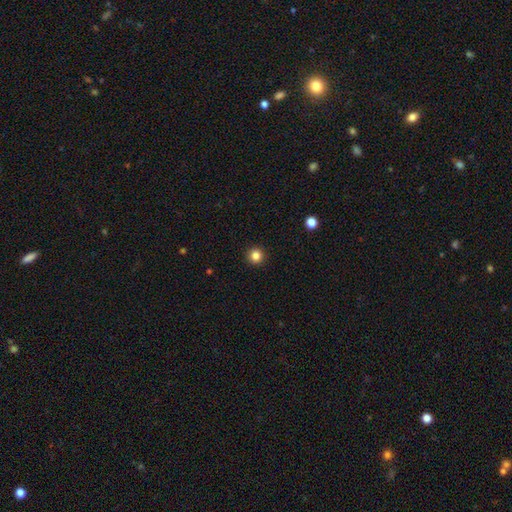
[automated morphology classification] smooth-or-featured: smooth: 84% | star or artifact: 12% | featured or disk: 4%
  how-rounded: round: 96% | in between: 3% | cigar-shaped: 1%
  merging: none: 94% | minor disturbance: 4% | major disturbance: 2% | merger: 1%